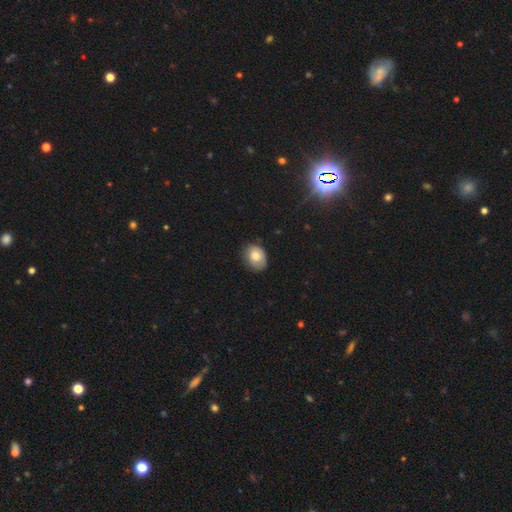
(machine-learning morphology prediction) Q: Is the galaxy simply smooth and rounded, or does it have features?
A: smooth — 77%.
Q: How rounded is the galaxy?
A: in between — 62%.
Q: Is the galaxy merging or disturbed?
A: none — 74%.